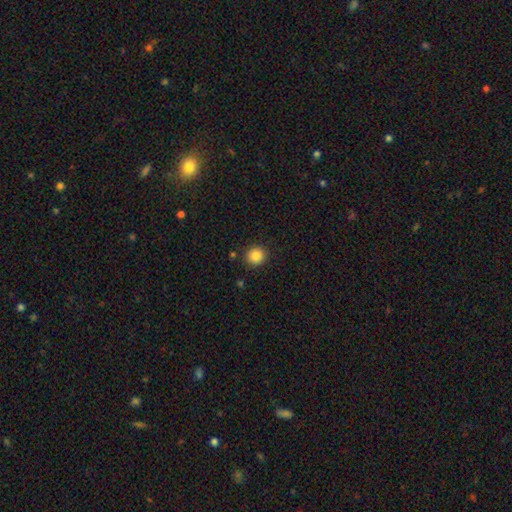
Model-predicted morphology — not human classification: smooth 86%, star or artifact 10%, featured or disk 4%. Down the decision tree: how rounded — round (91%); merging — none (90%).